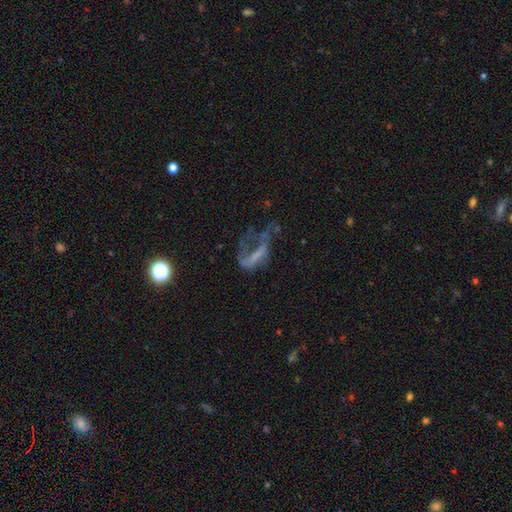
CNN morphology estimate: A featured or disk galaxy (53%). Merging: major disturbance (57%).